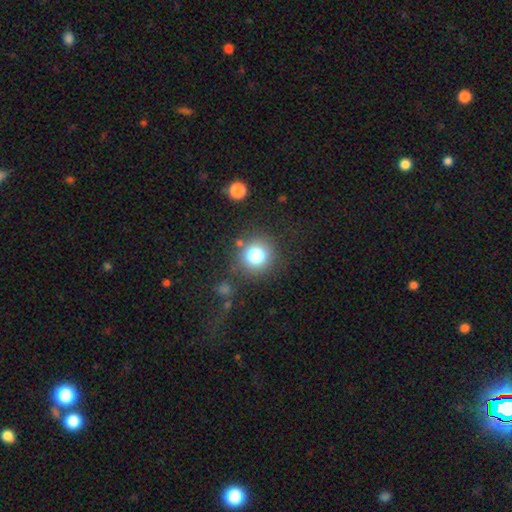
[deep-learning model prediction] Smooth or featured?
  - smooth: 76% *
  - star or artifact: 15%
  - featured or disk: 9%
How rounded?
  - round: 93% *
  - in between: 6%
  - cigar-shaped: 1%
Merging?
  - none: 81% *
  - minor disturbance: 9%
  - major disturbance: 5%
  - merger: 5%